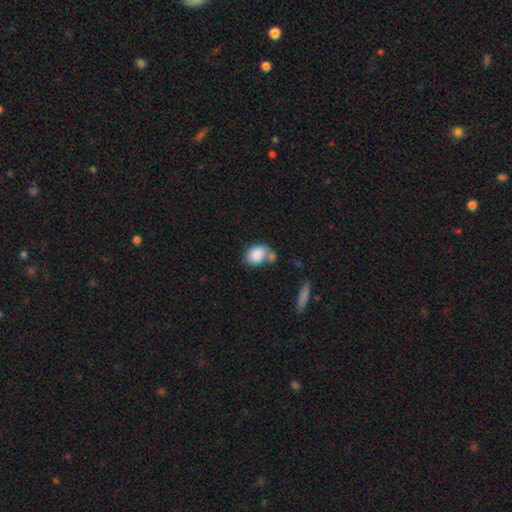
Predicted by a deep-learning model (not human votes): Overall: smooth (85%). How rounded: in between (64%; round 34%). Merging: none (46%; merger 31%).